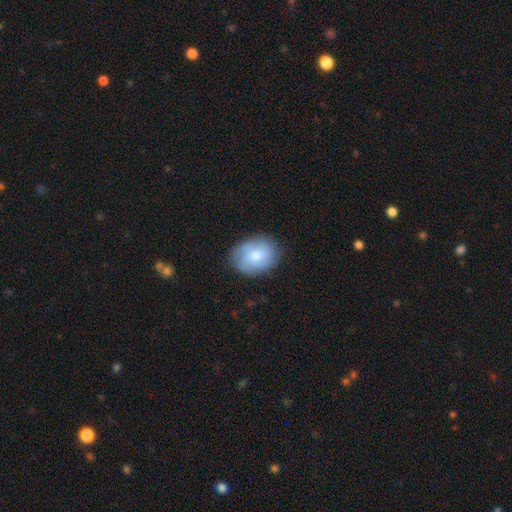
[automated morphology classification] Smooth or featured?
  - smooth: 75% *
  - featured or disk: 18%
  - star or artifact: 7%
How rounded?
  - in between: 64% *
  - round: 35%
  - cigar-shaped: 1%
Merging?
  - none: 76% *
  - minor disturbance: 17%
  - major disturbance: 5%
  - merger: 1%